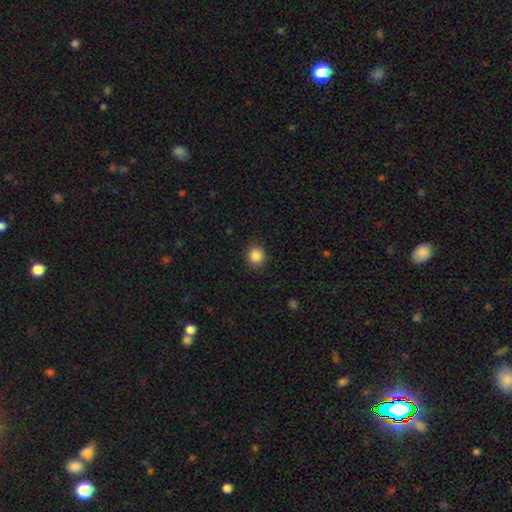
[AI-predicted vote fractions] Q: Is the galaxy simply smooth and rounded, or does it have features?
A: smooth — 86%.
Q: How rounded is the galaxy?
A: round — 76%.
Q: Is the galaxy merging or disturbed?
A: none — 89%.